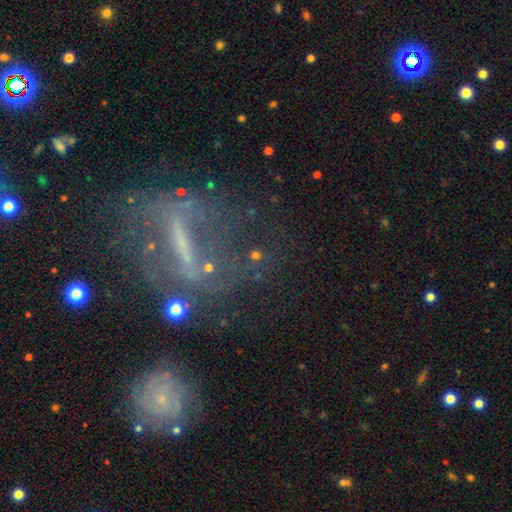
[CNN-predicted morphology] smooth-or-featured: featured or disk: 58% | star or artifact: 23% | smooth: 19%
  disk-edge-on: no: 78% | yes: 22%
  merging: none: 62% | minor disturbance: 16% | major disturbance: 16% | merger: 6%